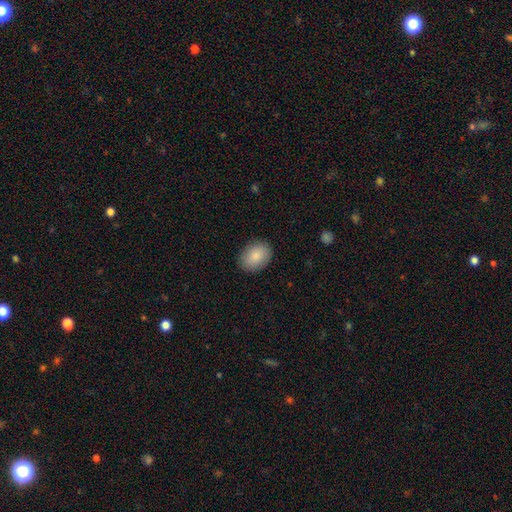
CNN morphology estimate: smooth 87%, star or artifact 7%, featured or disk 6%. Down the decision tree: how rounded — in between (72%); merging — none (88%).